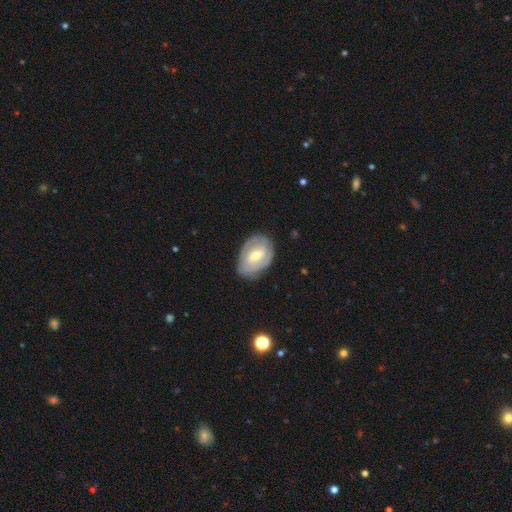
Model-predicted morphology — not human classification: Smooth or featured? featured or disk (66%)
Edge-on disk? no (95%)
Bar? weak (48%)
Spiral arms? yes (74%)
Bulge size? moderate (56%)
Merging? none (73%)